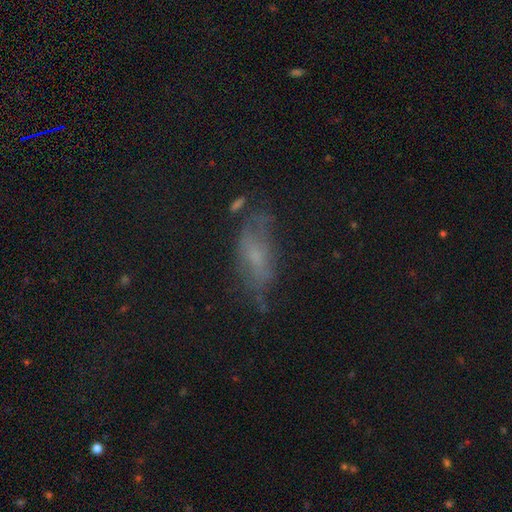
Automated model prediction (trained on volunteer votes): Smooth or featured? smooth (43%)
Merging? none (48%)